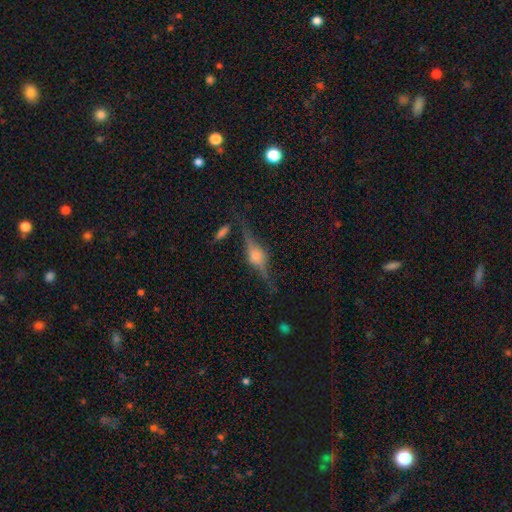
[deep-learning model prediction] Smooth or featured? featured or disk (84%)
Edge-on disk? yes (97%)
Edge-on bulge? rounded (89%)
Merging? none (82%)